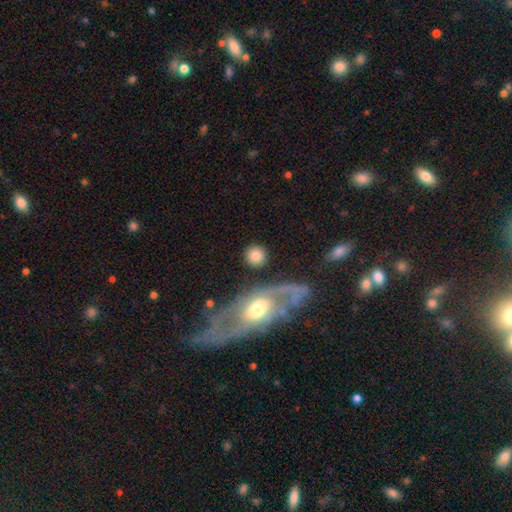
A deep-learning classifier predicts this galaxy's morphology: Smooth or featured? smooth (79%)
How rounded? round (87%)
Merging? none (79%)